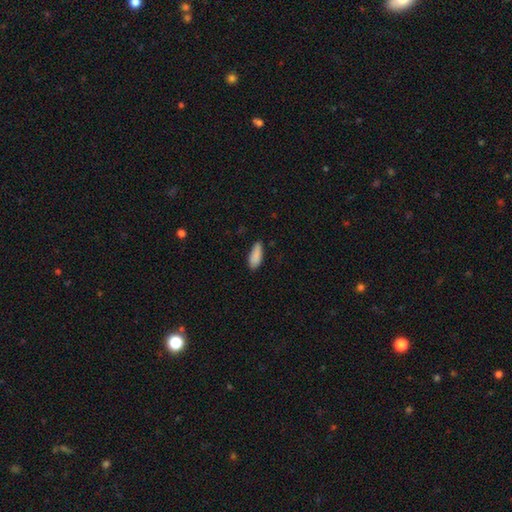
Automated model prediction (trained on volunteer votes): A smooth galaxy with no disk features (88%) that is in between round and cigar-shaped (72%).

Vote fractions:
- Smooth or featured? smooth: 88% / star or artifact: 7% / featured or disk: 5%
- How rounded? in between: 72% / cigar-shaped: 26% / round: 2%
- Merging? none: 70% / minor disturbance: 25% / major disturbance: 4% / merger: 2%